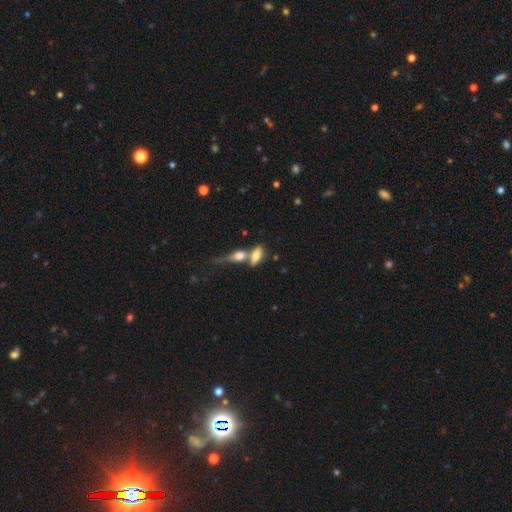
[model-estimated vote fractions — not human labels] The model was most divided on "merging": merger: 45%, none: 39%, minor disturbance: 10%, major disturbance: 5%. More confident: how rounded — in between (70%); smooth or featured — smooth (60%).